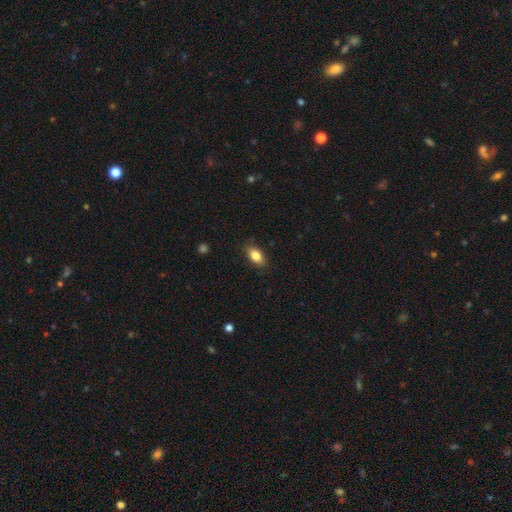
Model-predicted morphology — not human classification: Smooth or featured?
  - smooth: 84% *
  - featured or disk: 9%
  - star or artifact: 8%
How rounded?
  - in between: 89% *
  - round: 7%
  - cigar-shaped: 5%
Merging?
  - none: 85% *
  - minor disturbance: 11%
  - major disturbance: 2%
  - merger: 1%